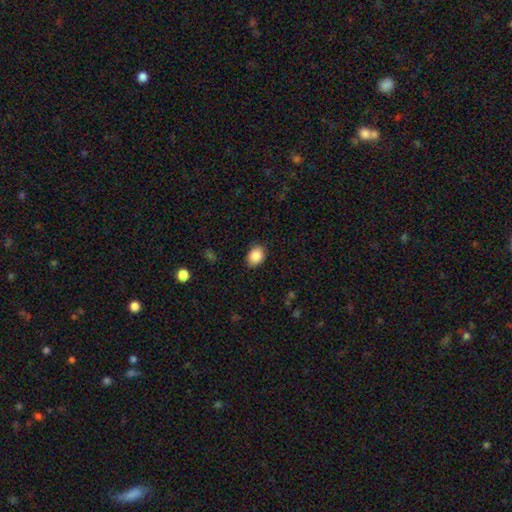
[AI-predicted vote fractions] A smooth galaxy with no disk features (88%) that is in between round and cigar-shaped (61%). Merging: none (83%).